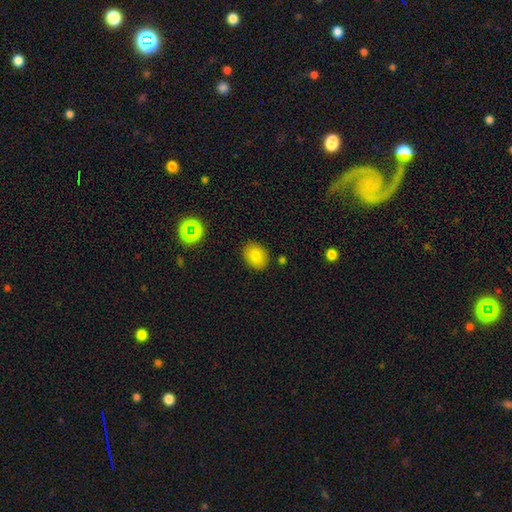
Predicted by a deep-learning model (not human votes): smooth 79%, star or artifact 11%, featured or disk 10%. Down the decision tree: how rounded — in between (61%); merging — none (86%).